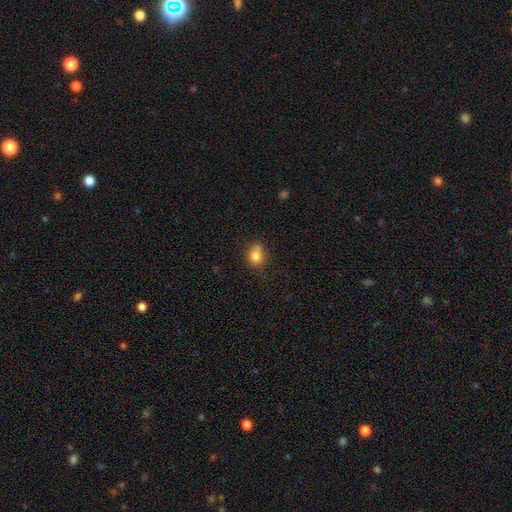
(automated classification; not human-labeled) Q: Smooth or featured?
A: smooth (79%); runner-up: star or artifact (11%)
Q: How rounded?
A: round (60%); runner-up: in between (39%)
Q: Merging?
A: none (52%); runner-up: merger (24%)